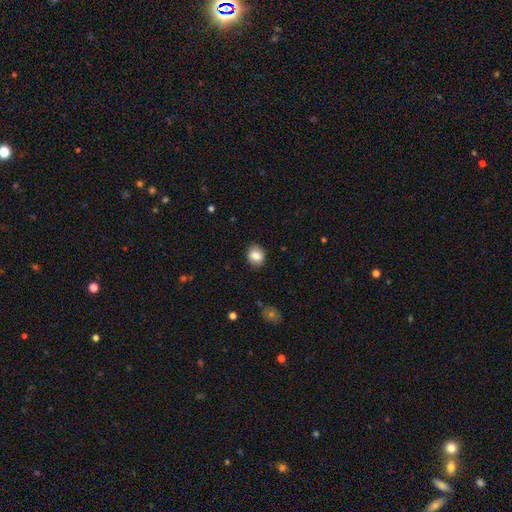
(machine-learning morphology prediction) The model was most divided on "how rounded": round: 65%, in between: 34%, cigar-shaped: 1%. More confident: merging — none (88%); smooth or featured — smooth (84%).